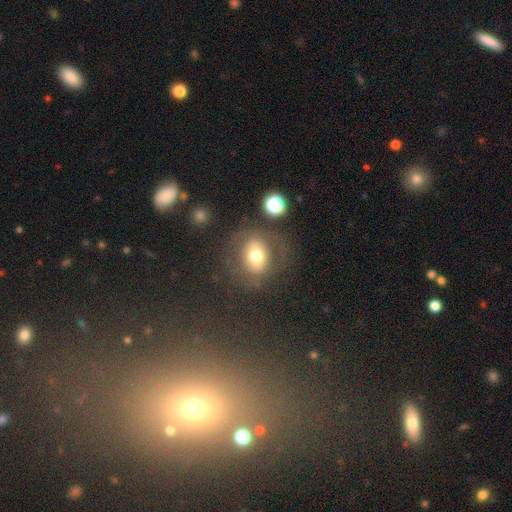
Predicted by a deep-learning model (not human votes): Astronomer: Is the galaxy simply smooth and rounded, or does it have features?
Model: smooth — 58%.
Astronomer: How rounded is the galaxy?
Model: round — 59% (runner-up: in between, 40%).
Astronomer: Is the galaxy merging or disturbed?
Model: none — 69%.